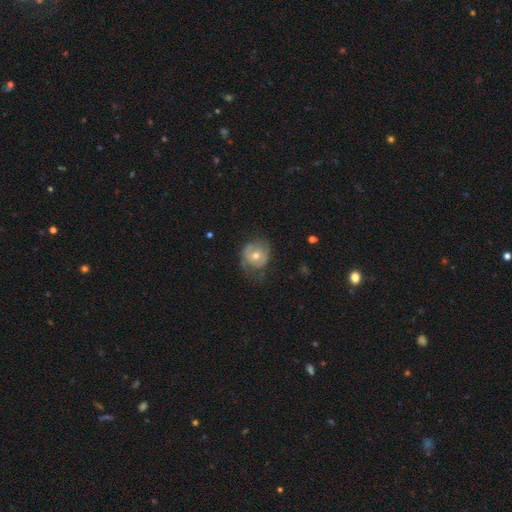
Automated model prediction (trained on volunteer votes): Smooth or featured?
  - featured or disk: 48% *
  - smooth: 45%
  - star or artifact: 7%
Merging?
  - none: 48% *
  - minor disturbance: 29%
  - major disturbance: 21%
  - merger: 2%